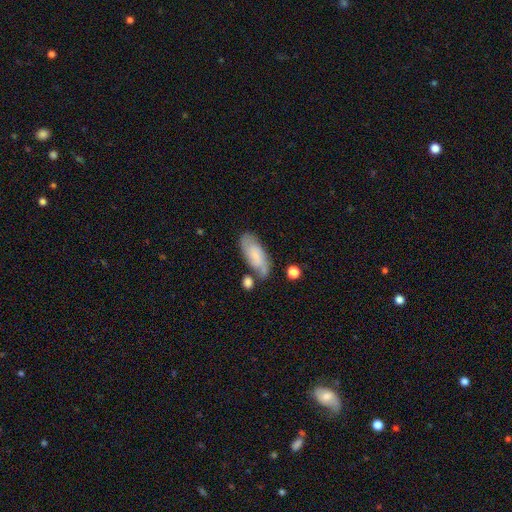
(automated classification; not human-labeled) smooth 55%, featured or disk 38%, star or artifact 7%. Down the decision tree: how rounded — in between (78%); merging — none (60%).